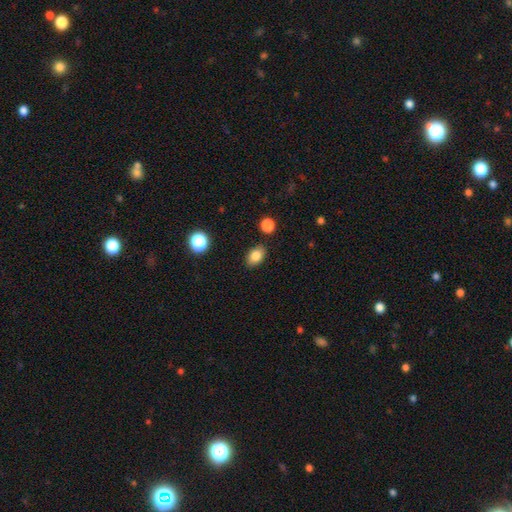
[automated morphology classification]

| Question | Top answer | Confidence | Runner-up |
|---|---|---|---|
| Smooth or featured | smooth | 84% | star or artifact (10%) |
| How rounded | in between | 81% | round (18%) |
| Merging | none | 85% | minor disturbance (10%) |